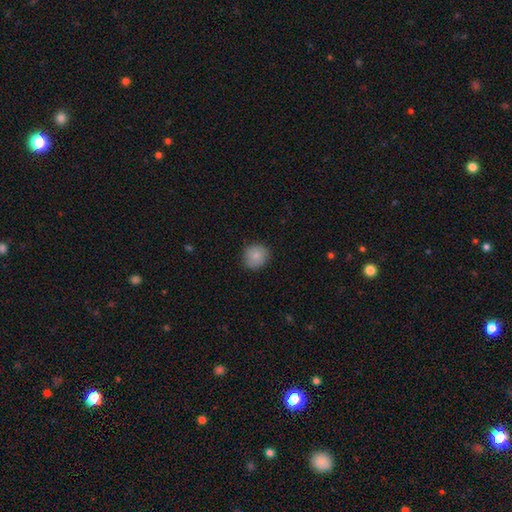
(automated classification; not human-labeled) Smooth or featured: smooth — 81% (featured or disk — 11%)
How rounded: round — 88% (in between — 11%)
Merging: none — 83% (minor disturbance — 14%)